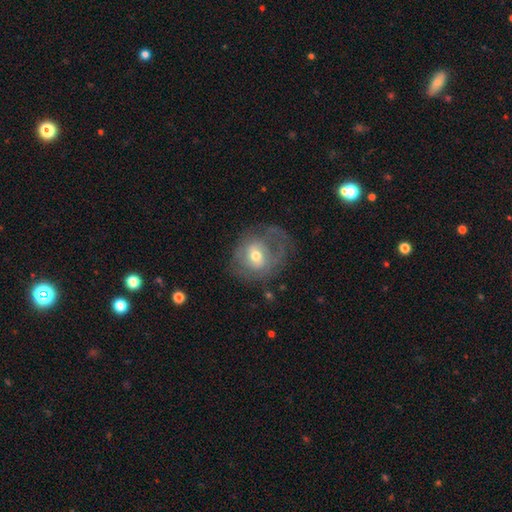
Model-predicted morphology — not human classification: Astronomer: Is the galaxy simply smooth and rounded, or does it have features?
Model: featured or disk — 52% (runner-up: smooth, 37%).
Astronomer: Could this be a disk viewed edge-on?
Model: no — 95%.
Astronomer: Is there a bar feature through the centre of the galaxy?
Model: no — 54% (runner-up: weak, 35%).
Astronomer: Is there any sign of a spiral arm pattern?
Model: yes — 51% (runner-up: no, 49%).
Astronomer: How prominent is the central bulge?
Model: moderate — 65%.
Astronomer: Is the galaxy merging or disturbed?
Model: none — 47% (runner-up: major disturbance, 29%).